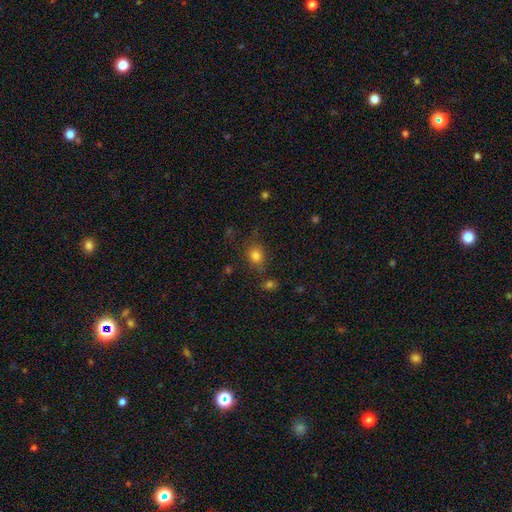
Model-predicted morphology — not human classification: Overall: smooth (81%). How rounded: round (63%; in between 36%). Merging: none (75%).